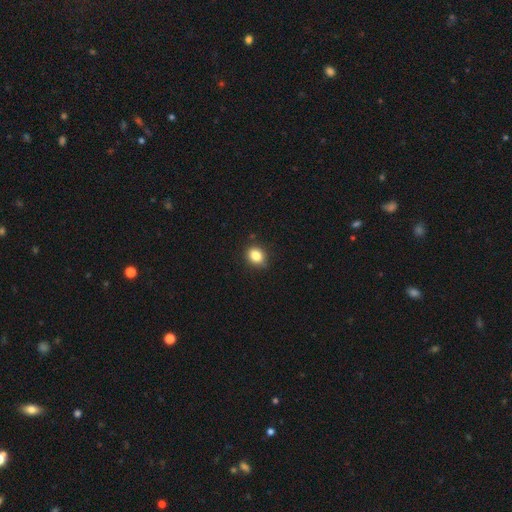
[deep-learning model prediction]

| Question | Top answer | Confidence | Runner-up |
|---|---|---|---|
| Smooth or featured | smooth | 84% | star or artifact (10%) |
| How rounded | round | 52% | in between (47%) |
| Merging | none | 83% | minor disturbance (13%) |